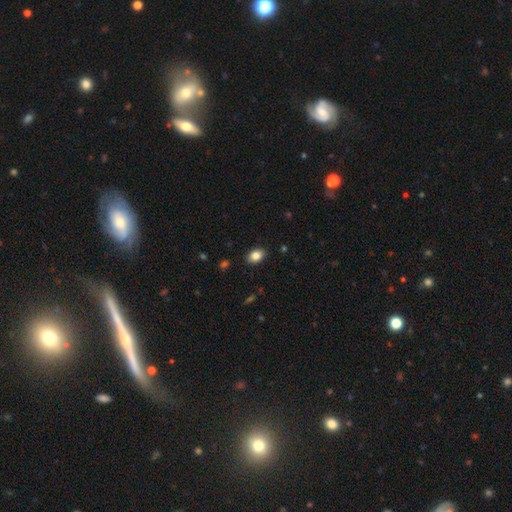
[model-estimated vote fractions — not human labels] Smooth or featured?
  - smooth: 85% *
  - star or artifact: 9%
  - featured or disk: 6%
How rounded?
  - in between: 81% *
  - round: 18%
  - cigar-shaped: 1%
Merging?
  - none: 88% *
  - minor disturbance: 9%
  - major disturbance: 2%
  - merger: 1%